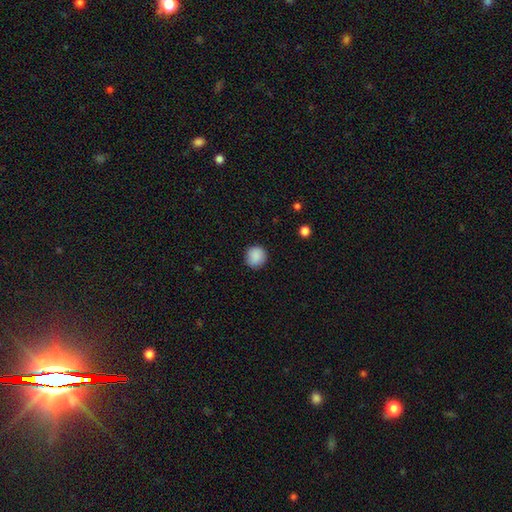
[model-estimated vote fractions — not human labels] smooth 89%, star or artifact 8%, featured or disk 3%. Down the decision tree: how rounded — round (93%); merging — none (89%).